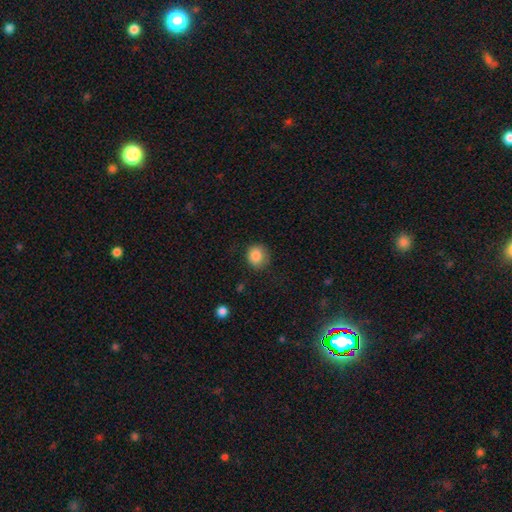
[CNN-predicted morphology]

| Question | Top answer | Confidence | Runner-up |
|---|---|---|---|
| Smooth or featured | smooth | 87% | star or artifact (9%) |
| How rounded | round | 85% | in between (14%) |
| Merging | none | 79% | minor disturbance (16%) |